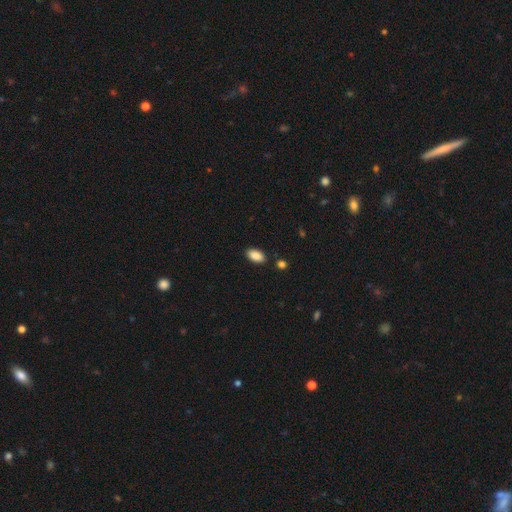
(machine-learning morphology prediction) Q: Smooth or featured?
A: smooth (88%); runner-up: star or artifact (7%)
Q: How rounded?
A: in between (94%); runner-up: round (3%)
Q: Merging?
A: none (86%); runner-up: minor disturbance (9%)